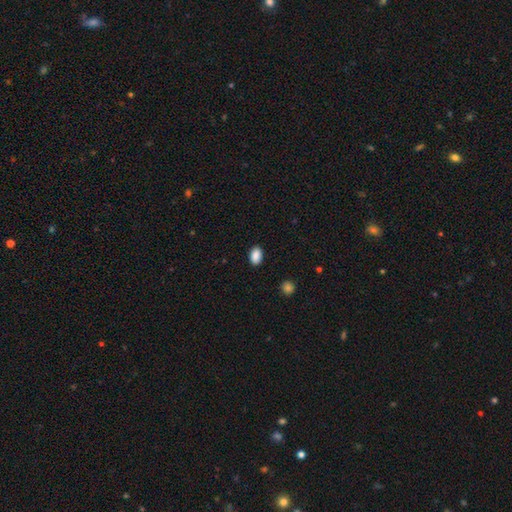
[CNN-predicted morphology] smooth_or_featured: smooth (p=0.89) [alt: star or artifact p=0.08]
how_rounded: in between (p=0.89) [alt: round p=0.10]
merging: none (p=0.88) [alt: minor disturbance p=0.08]